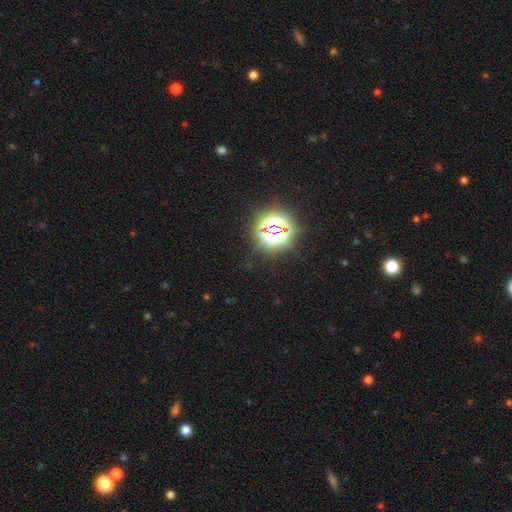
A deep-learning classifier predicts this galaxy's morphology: This appears to be a star or artifact, not a galaxy (81%).